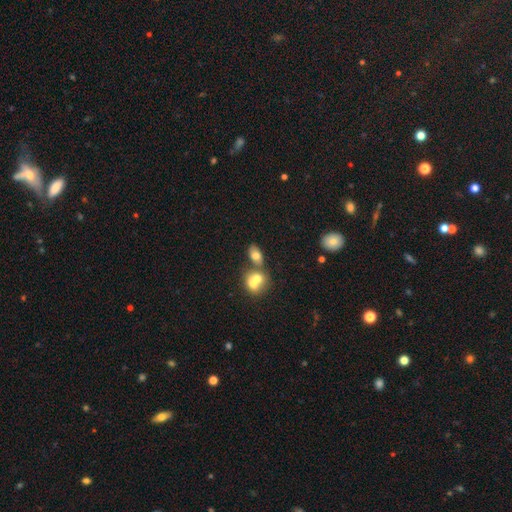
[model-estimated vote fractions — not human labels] This appears to be a smooth galaxy with no disk features (73%) that is in between round and cigar-shaped (83%). Merging: merger (47%).